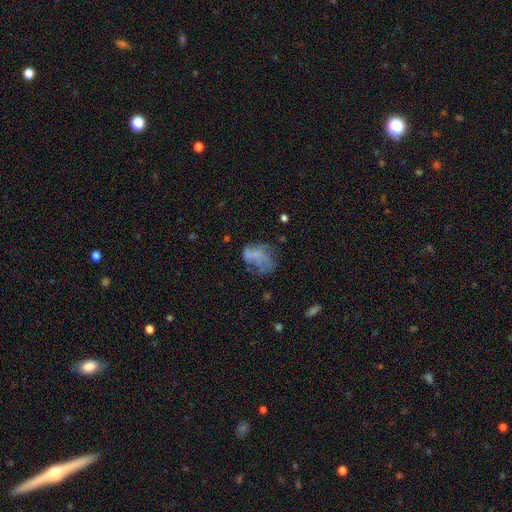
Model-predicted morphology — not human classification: The model was most divided on "merging": none: 38%, major disturbance: 34%, minor disturbance: 23%, merger: 6%. Remaining: smooth or featured — featured or disk (48%).